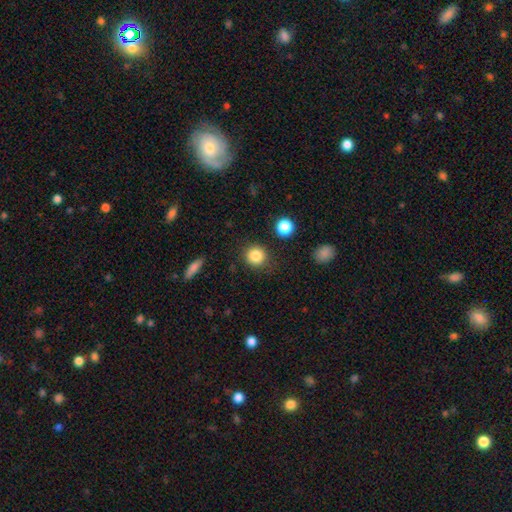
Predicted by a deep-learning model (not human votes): This appears to be a smooth galaxy with no disk features (85%) that is round (92%). Merging: none (85%).